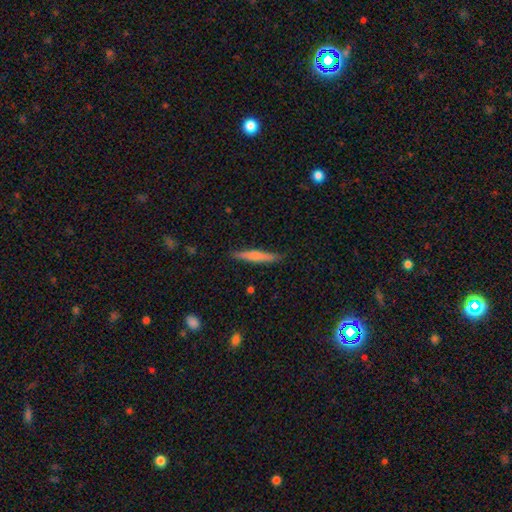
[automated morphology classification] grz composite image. It shows a smooth galaxy with no disk features (61%) that is cigar-shaped (93%). Merging: none (87%).